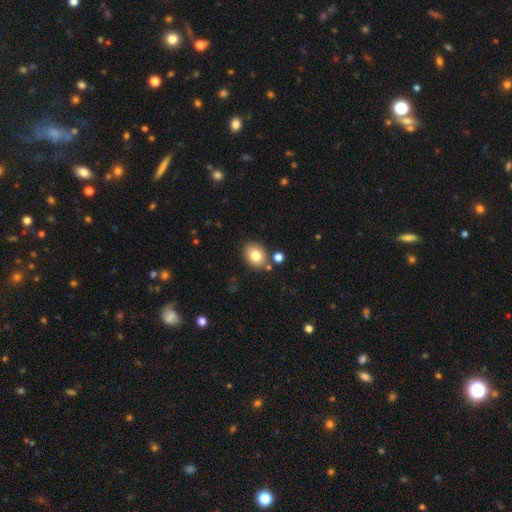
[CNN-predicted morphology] smooth-or-featured: smooth: 80% | featured or disk: 10% | star or artifact: 10%
  how-rounded: in between: 53% | round: 46% | cigar-shaped: 1%
  merging: none: 80% | minor disturbance: 10% | merger: 8% | major disturbance: 3%